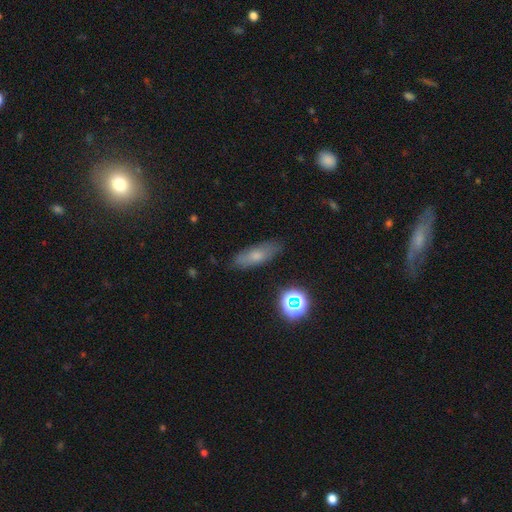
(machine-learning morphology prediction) smooth_or_featured: smooth (p=0.66) [alt: featured or disk p=0.22]
how_rounded: in between (p=0.58) [alt: cigar-shaped p=0.36]
merging: none (p=0.81) [alt: minor disturbance p=0.14]